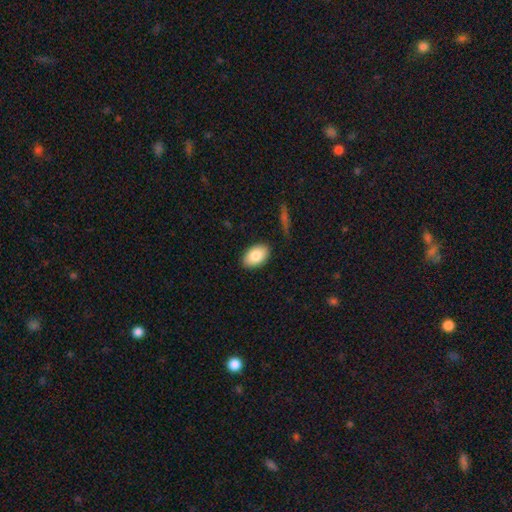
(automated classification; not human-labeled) The model was most divided on "smooth or featured": smooth: 84%, featured or disk: 9%, star or artifact: 7%. More confident: how rounded — in between (90%); merging — none (86%).